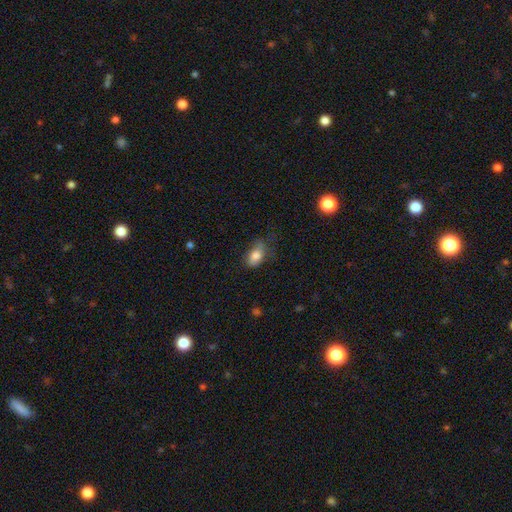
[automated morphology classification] Q: Smooth or featured?
A: smooth (81%); runner-up: featured or disk (11%)
Q: How rounded?
A: in between (88%); runner-up: round (9%)
Q: Merging?
A: none (46%); runner-up: minor disturbance (35%)